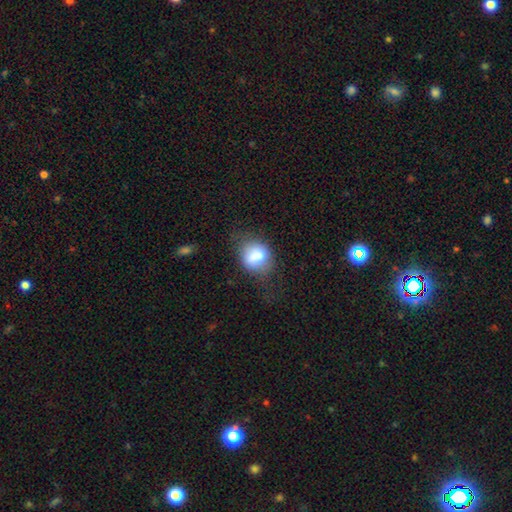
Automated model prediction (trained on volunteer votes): smooth 78%, featured or disk 13%, star or artifact 9%. Down the decision tree: how rounded — round (54%); merging — none (53%).